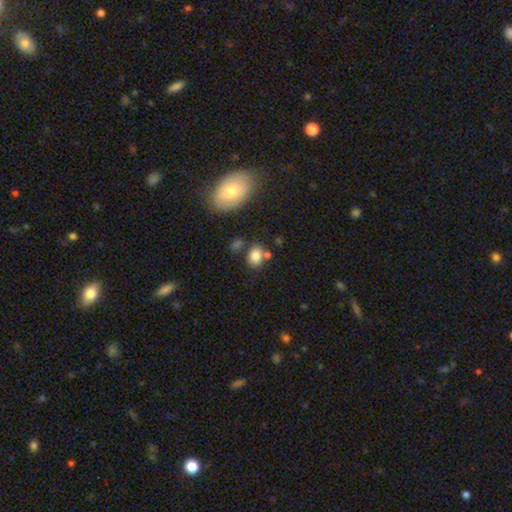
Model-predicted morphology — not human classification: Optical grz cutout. It shows a smooth galaxy with no disk features (82%) that is in between round and cigar-shaped (57%). Merging: none (65%).